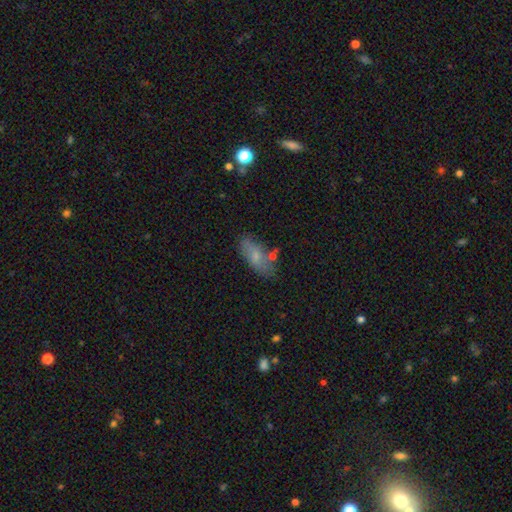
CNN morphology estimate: smooth-or-featured: smooth: 72% | featured or disk: 20% | star or artifact: 8%
  how-rounded: in between: 80% | cigar-shaped: 17% | round: 3%
  merging: none: 69% | minor disturbance: 19% | merger: 8% | major disturbance: 5%